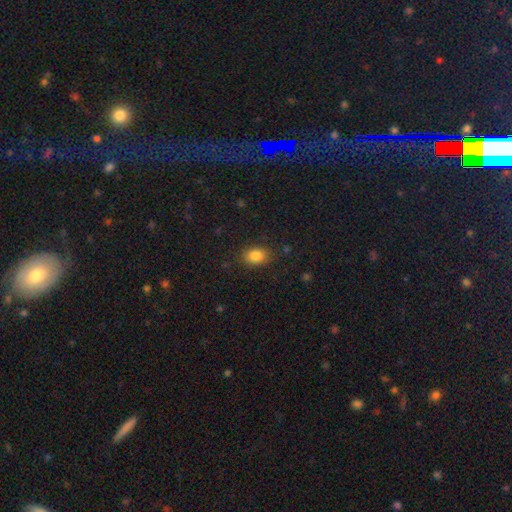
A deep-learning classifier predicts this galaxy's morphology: Smooth or featured? Predicted: smooth (p=0.85). How rounded? Predicted: in between (p=0.73). Merging? Predicted: none (p=0.84).